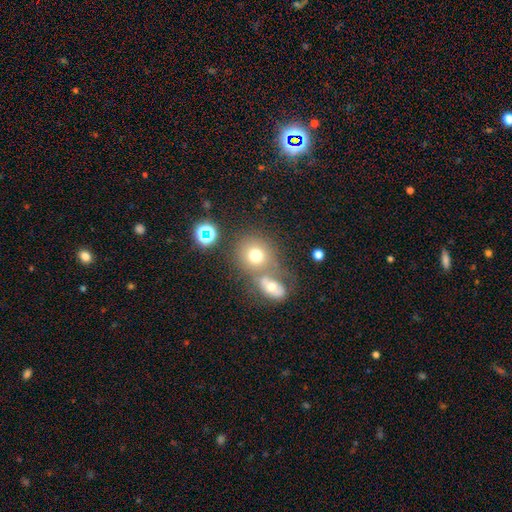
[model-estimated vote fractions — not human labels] smooth-or-featured: smooth: 71% | featured or disk: 15% | star or artifact: 14%
  how-rounded: round: 80% | in between: 19% | cigar-shaped: 1%
  merging: none: 48% | merger: 37% | minor disturbance: 10% | major disturbance: 5%